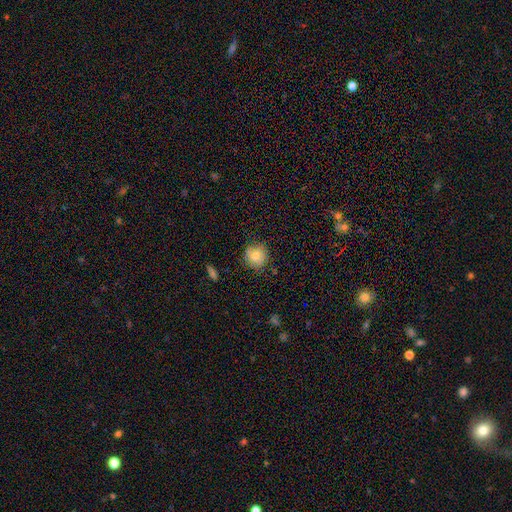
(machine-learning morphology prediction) This is likely a smooth galaxy (76%). How rounded: clearly round (87%). Merging: likely none (76%).